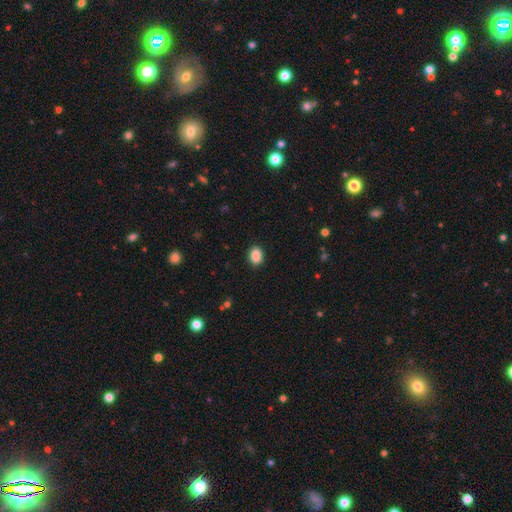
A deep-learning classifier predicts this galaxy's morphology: smooth-or-featured: smooth: 89% | star or artifact: 8% | featured or disk: 3%
  how-rounded: in between: 70% | round: 29% | cigar-shaped: 1%
  merging: none: 89% | minor disturbance: 8% | major disturbance: 2% | merger: 1%